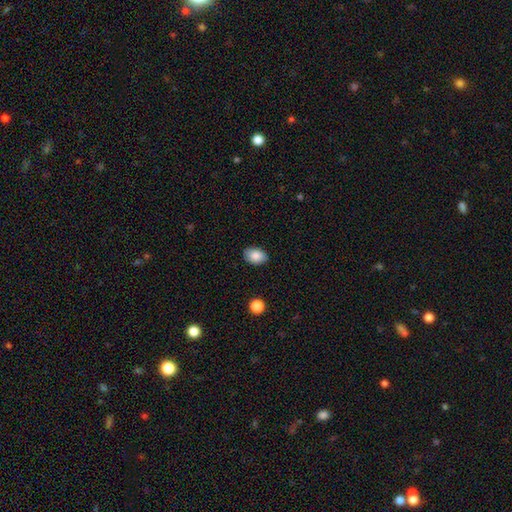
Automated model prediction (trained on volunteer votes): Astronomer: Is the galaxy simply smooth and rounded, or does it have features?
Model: smooth — 86%.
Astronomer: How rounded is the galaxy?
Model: in between — 82%.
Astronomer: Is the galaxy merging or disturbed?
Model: none — 85%.